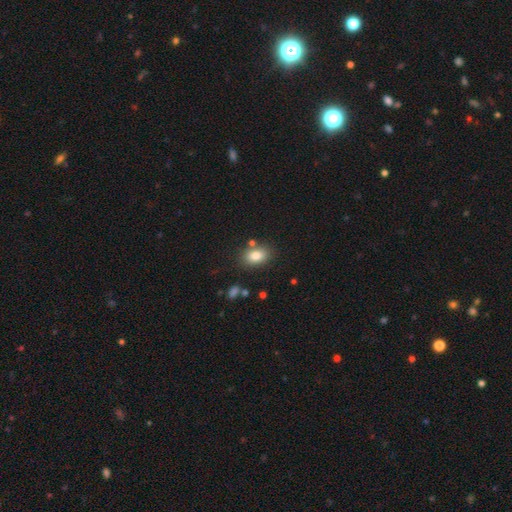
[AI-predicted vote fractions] This is clearly a smooth galaxy (83%). How rounded: clearly in between (82%). Merging: likely none (78%).